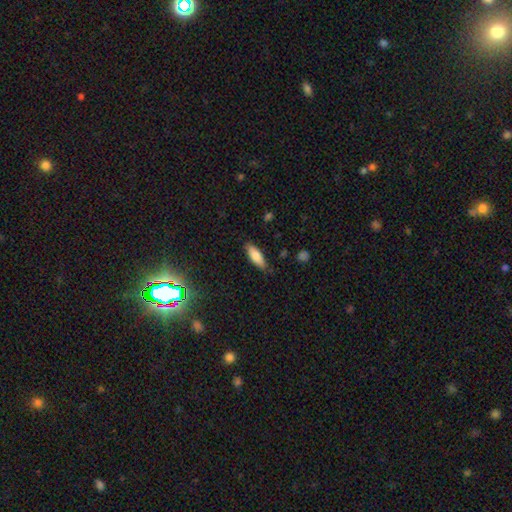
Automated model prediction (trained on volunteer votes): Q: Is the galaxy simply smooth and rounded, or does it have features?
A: smooth — 80%.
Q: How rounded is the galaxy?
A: in between — 63%.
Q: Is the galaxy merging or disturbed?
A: none — 84%.